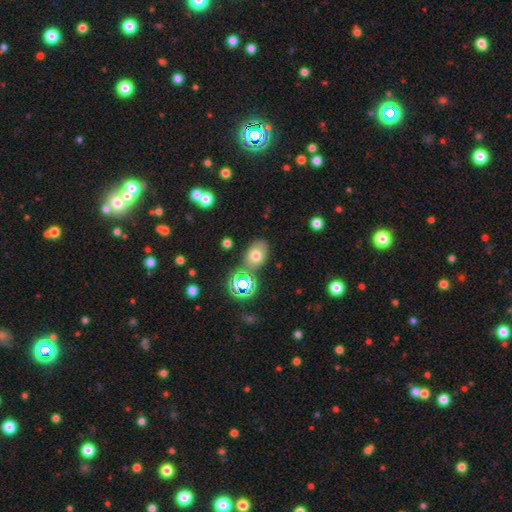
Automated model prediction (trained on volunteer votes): smooth 66%, featured or disk 17%, star or artifact 17%. Down the decision tree: how rounded — in between (77%); merging — none (72%).